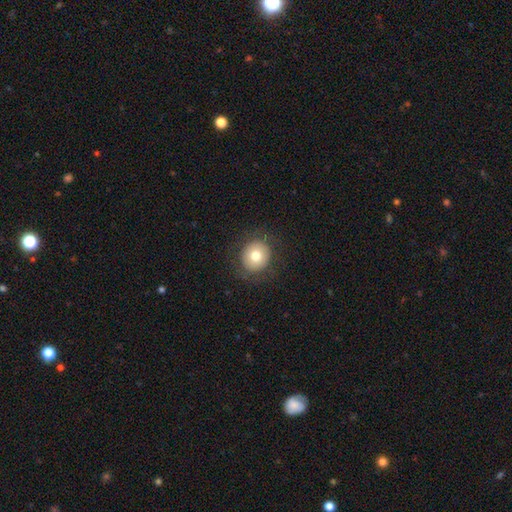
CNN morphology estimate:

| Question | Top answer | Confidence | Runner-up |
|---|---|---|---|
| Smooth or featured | smooth | 74% | featured or disk (16%) |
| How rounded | round | 88% | in between (11%) |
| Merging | none | 86% | minor disturbance (9%) |